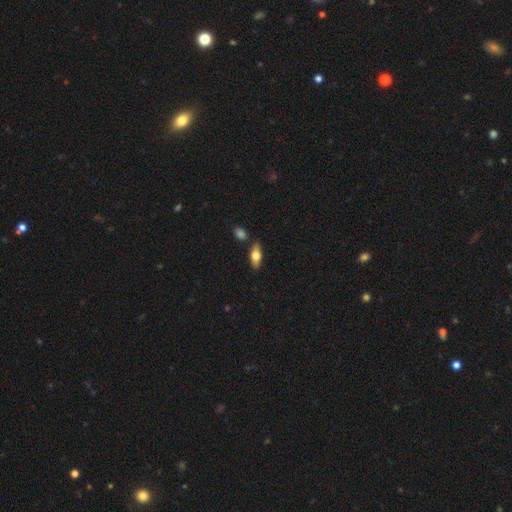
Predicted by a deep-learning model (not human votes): Smooth or featured: smooth — 66% (featured or disk — 28%)
How rounded: in between — 78% (cigar-shaped — 19%)
Merging: none — 79% (minor disturbance — 11%)